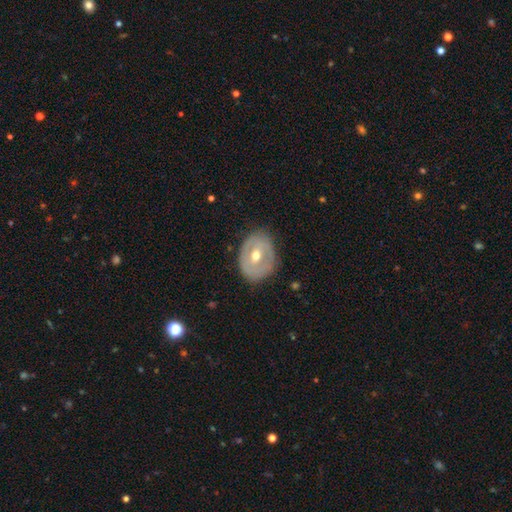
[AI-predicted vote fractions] Morphology: type=featured or disk (60%); edge-on=no (94%); bar=no (52%); spiral arms=no (67%); bulge=moderate (71%); merging=none (75%).